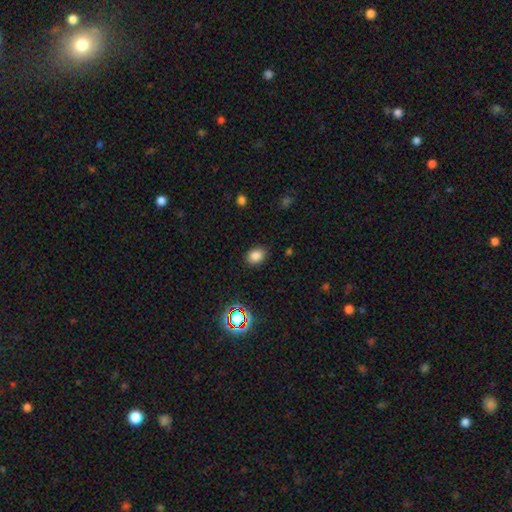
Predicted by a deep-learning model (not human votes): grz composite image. It shows a smooth galaxy with no disk features (81%) that is in between round and cigar-shaped (64%). Merging: none (85%).